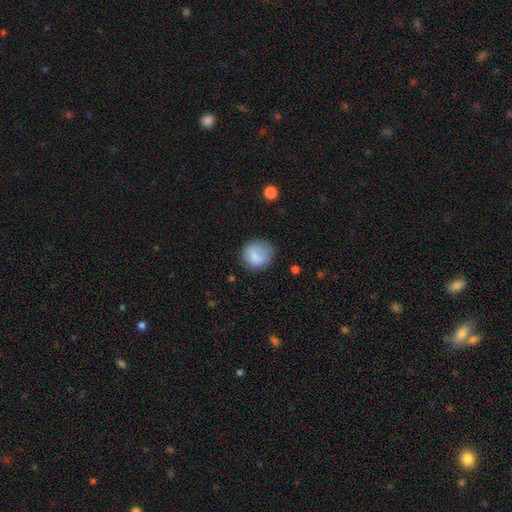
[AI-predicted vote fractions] Smooth or featured? Predicted: smooth (p=0.82). How rounded? Predicted: round (p=0.79). Merging? Predicted: none (p=0.69).